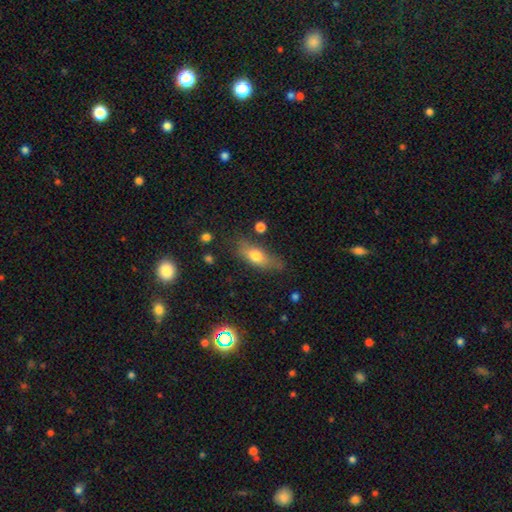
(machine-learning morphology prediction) smooth-or-featured: smooth: 69% | featured or disk: 23% | star or artifact: 8%
  how-rounded: in between: 66% | cigar-shaped: 29% | round: 5%
  merging: none: 64% | minor disturbance: 24% | major disturbance: 8% | merger: 4%